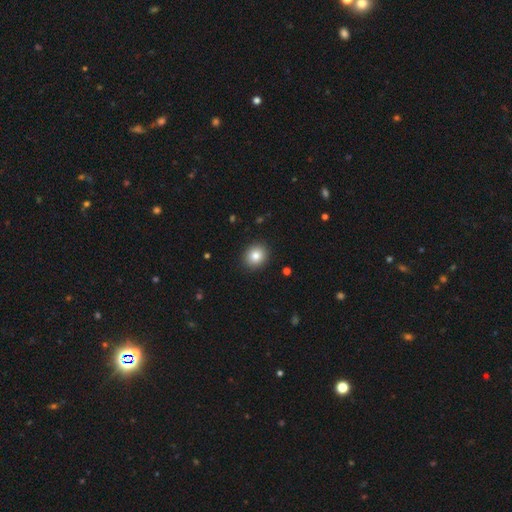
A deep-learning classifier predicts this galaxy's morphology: smooth-or-featured: smooth: 83% | star or artifact: 10% | featured or disk: 8%
  how-rounded: round: 78% | in between: 21% | cigar-shaped: 1%
  merging: none: 91% | minor disturbance: 6% | major disturbance: 2% | merger: 1%